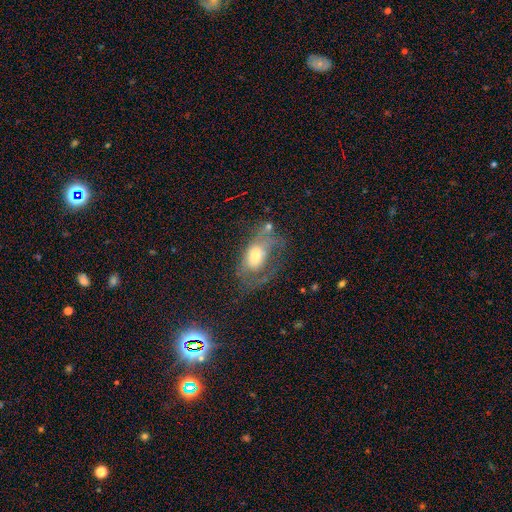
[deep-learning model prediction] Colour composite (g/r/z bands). It shows a featured or disk galaxy (45%). Merging: major disturbance (42%).